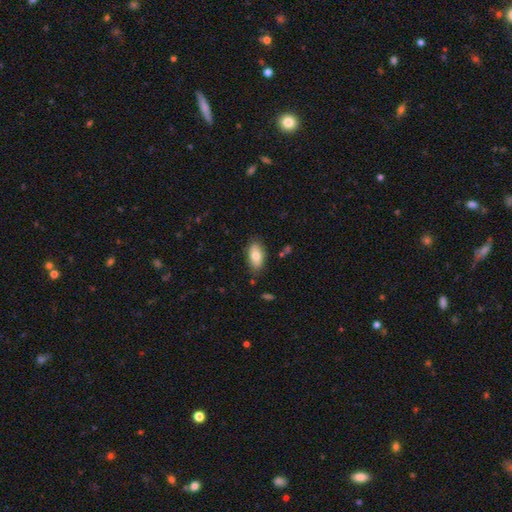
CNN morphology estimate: A smooth galaxy with no disk features (77%) that is in between round and cigar-shaped (93%).

Vote fractions:
- Smooth or featured? smooth: 77% / featured or disk: 16% / star or artifact: 7%
- How rounded? in between: 93% / round: 4% / cigar-shaped: 3%
- Merging? none: 80% / minor disturbance: 15% / major disturbance: 3% / merger: 2%